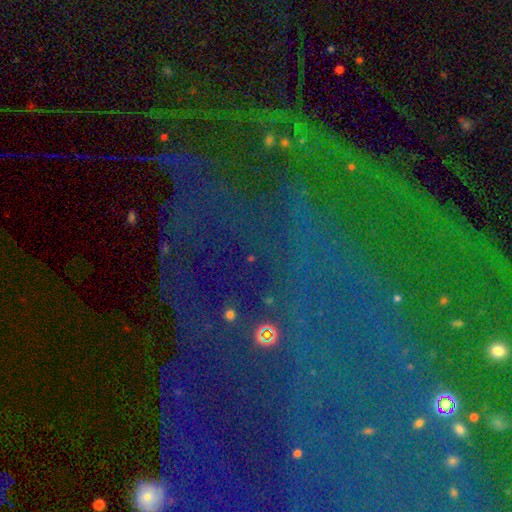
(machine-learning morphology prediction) This is clearly a star or artifact rather than a galaxy (82%).